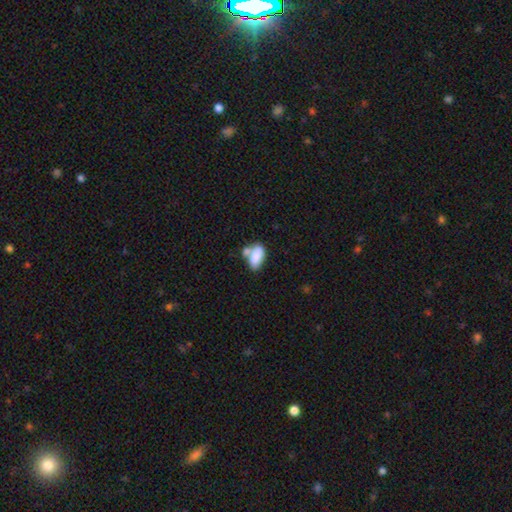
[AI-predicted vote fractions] Overall: smooth (83%). How rounded: in between (92%). Merging: merger (44%; none 35%).